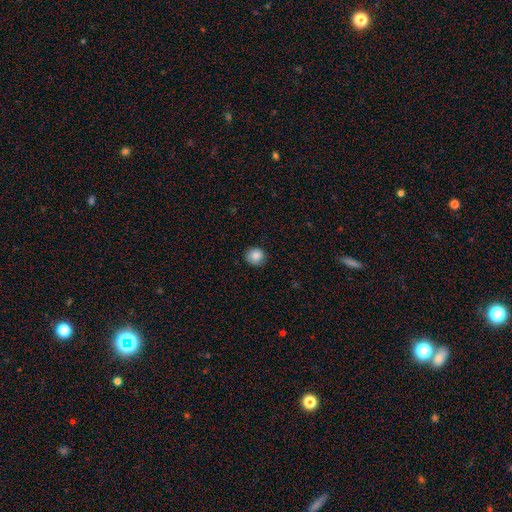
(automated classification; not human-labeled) The model was most divided on "merging": none: 86%, minor disturbance: 11%, major disturbance: 2%, merger: 1%. More confident: how rounded — round (90%); smooth or featured — smooth (86%).